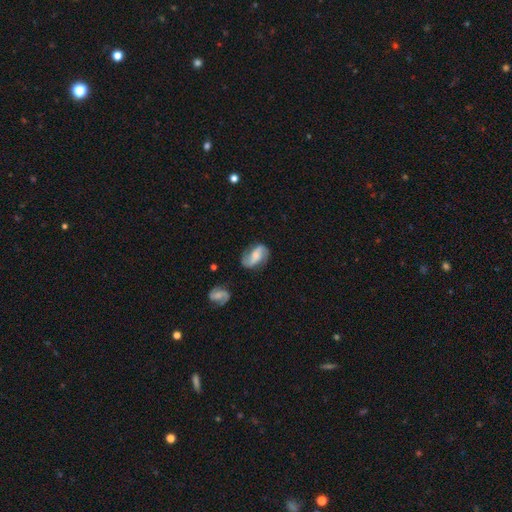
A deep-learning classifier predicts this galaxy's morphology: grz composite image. It shows a featured or disk galaxy (73%) with a weak bar (40%), 2 (90%) loose (43%) spiral arms (94%) and a moderate central bulge (35%). Merging: none (72%).